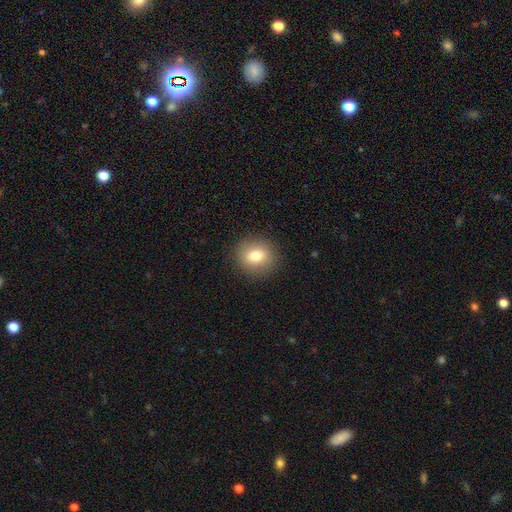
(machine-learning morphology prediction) This is likely a smooth galaxy (76%). How rounded: clearly round (83%). Merging: clearly none (90%).